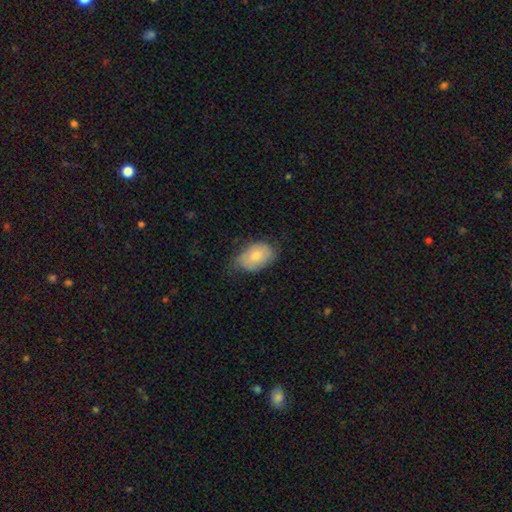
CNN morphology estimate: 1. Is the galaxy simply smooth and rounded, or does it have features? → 70% smooth, 23% featured or disk, 6% star or artifact.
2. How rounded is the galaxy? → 84% in between, 15% round, 1% cigar-shaped.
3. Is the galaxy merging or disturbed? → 58% none, 32% minor disturbance, 8% major disturbance, 1% merger.